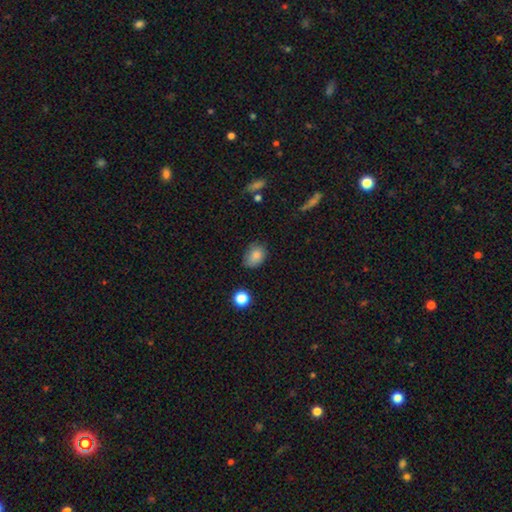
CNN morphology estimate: smooth 82%, star or artifact 10%, featured or disk 8%. Down the decision tree: how rounded — in between (65%); merging — none (65%).